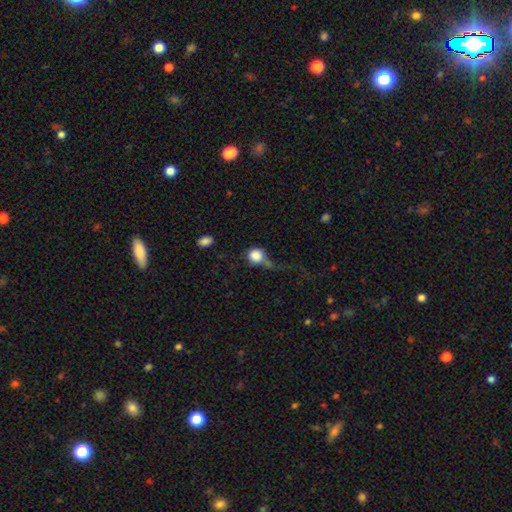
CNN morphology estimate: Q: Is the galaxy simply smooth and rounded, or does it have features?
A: smooth — 82%.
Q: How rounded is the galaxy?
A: round — 87%.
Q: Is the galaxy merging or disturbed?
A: major disturbance — 34%.